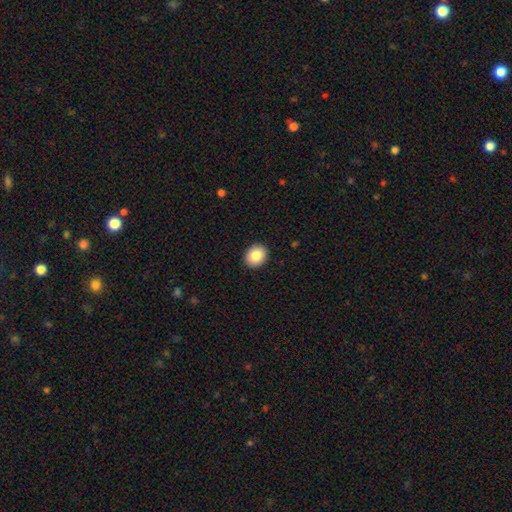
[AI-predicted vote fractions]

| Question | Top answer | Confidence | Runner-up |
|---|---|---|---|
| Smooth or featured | smooth | 85% | star or artifact (8%) |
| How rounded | round | 55% | in between (44%) |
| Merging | none | 91% | minor disturbance (6%) |